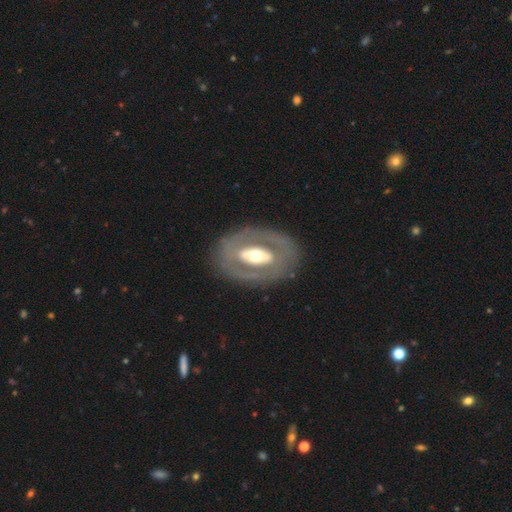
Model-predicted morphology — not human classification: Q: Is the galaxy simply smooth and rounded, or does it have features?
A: featured or disk — 68%.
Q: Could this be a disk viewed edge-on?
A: no — 90%.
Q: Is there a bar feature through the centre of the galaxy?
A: no — 40%.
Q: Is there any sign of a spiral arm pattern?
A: no — 78%.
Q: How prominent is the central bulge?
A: moderate — 60%.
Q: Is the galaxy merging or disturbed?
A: none — 78%.